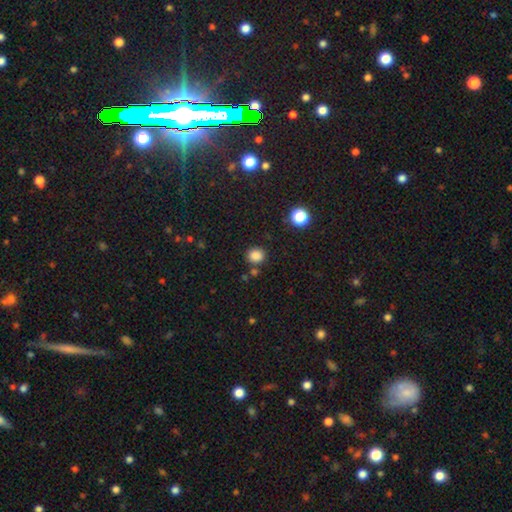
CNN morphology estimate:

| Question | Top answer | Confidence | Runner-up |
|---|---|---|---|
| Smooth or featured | smooth | 84% | star or artifact (13%) |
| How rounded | round | 82% | in between (17%) |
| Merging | none | 82% | minor disturbance (9%) |